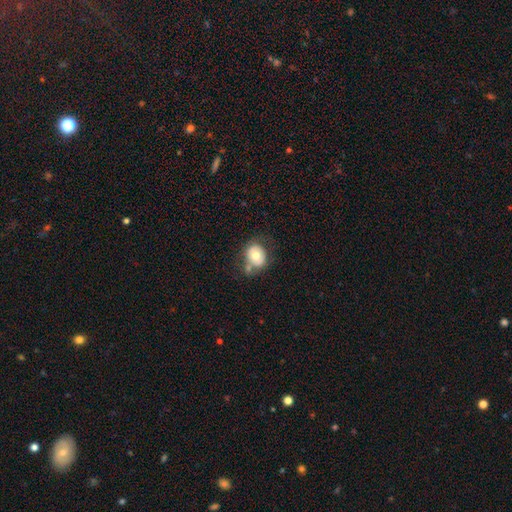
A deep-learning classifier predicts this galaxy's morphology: Smooth or featured: smooth — 62% (featured or disk — 30%)
How rounded: round — 59% (in between — 40%)
Merging: none — 50% (minor disturbance — 22%)